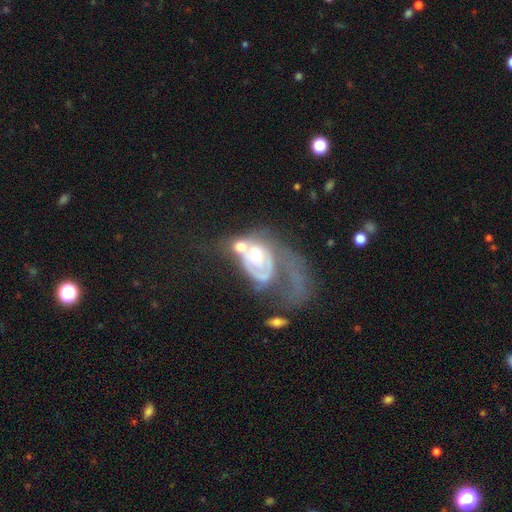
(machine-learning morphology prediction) smooth-or-featured: featured or disk: 70% | smooth: 23% | star or artifact: 7%
  disk-edge-on: no: 96% | yes: 4%
    bar: no: 78% | weak: 18% | strong: 4%
    has-spiral-arms: yes: 60% | no: 40%
    bulge-size: moderate: 65% | small: 21% | large: 10% | none: 2% | dominant: 2%
  merging: merger: 48% | major disturbance: 33% | none: 11% | minor disturbance: 7%